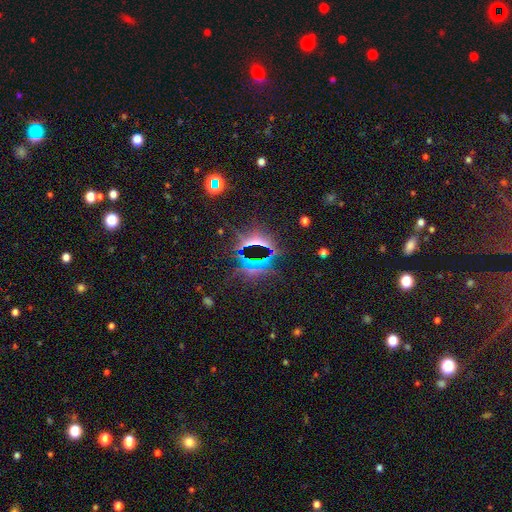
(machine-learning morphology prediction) A star or artifact, not a galaxy (76%).

Vote fractions:
- Smooth or featured? star or artifact: 76% / smooth: 14% / featured or disk: 9%